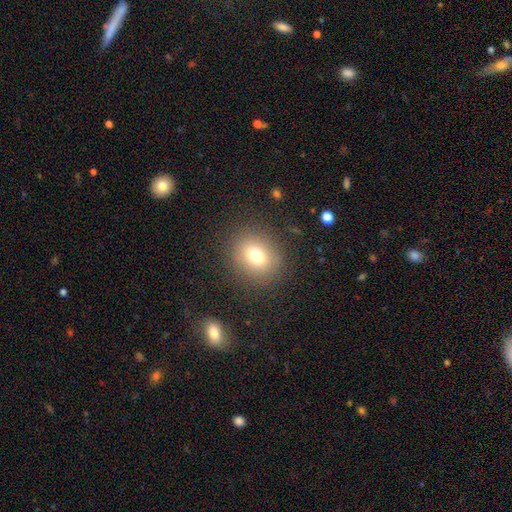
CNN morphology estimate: This appears to be a smooth galaxy with no disk features (74%) that is round (73%). Merging: none (86%).